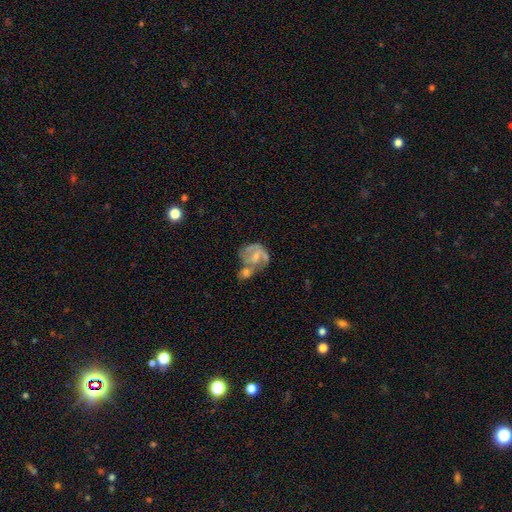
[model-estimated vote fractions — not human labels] Morphology: type=featured or disk (65%); edge-on=no (98%); bar=no (57%); spiral arms=yes (70%); bulge=small (52%); merging=merger (51%).